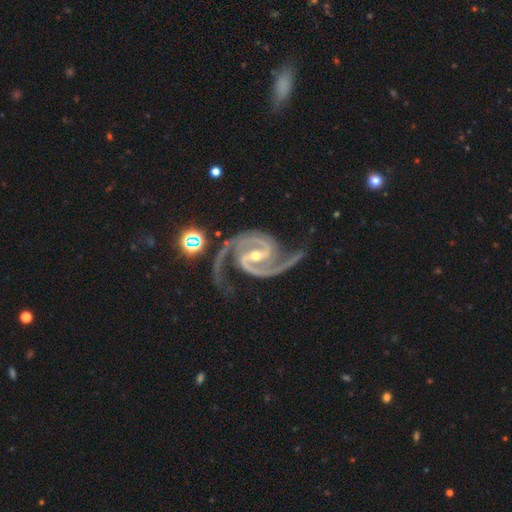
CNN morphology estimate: featured or disk 95%, star or artifact 4%, smooth 2%. Down the decision tree: edge-on disk — no (98%); bar — strong (53%); spiral arms — yes (99%); spiral arm count — 2 (93%); spiral winding — medium (63%); bulge size — small (51%); merging — none (72%).